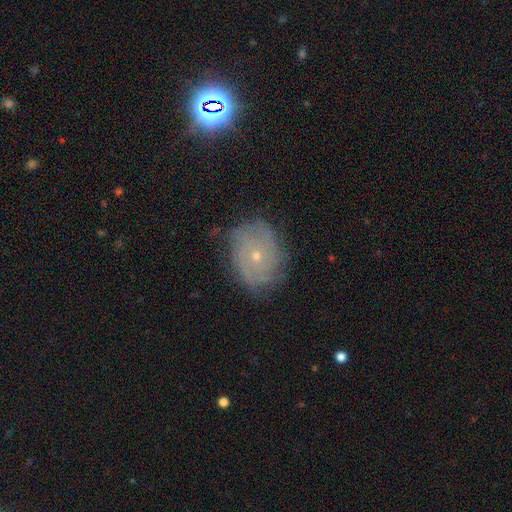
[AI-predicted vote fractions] A featured or disk galaxy (68%) with no bar (84%), tight (67%) spiral arms (86%) and a small central bulge (74%).

Vote fractions:
- Smooth or featured? featured or disk: 68% / smooth: 19% / star or artifact: 13%
- Edge-on disk? no: 96% / yes: 4%
- Bar? no: 84% / weak: 13% / strong: 3%
- Spiral arms? yes: 86% / no: 14%
- Spiral winding? tight: 67% / medium: 25% / loose: 8%
- Spiral arm count? can't tell: 46% / 2: 19% / 3: 14% / 4: 10% / more than 4: 6% / 1: 5%
- Bulge size? small: 74% / moderate: 23% / none: 1% / large: 1% / dominant: 1%
- Merging? none: 77% / minor disturbance: 17% / major disturbance: 5% / merger: 1%